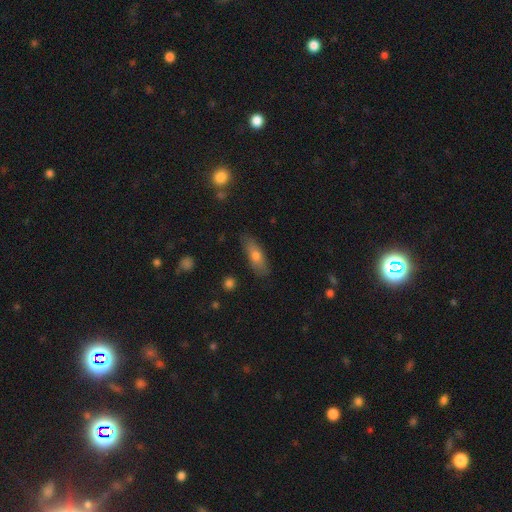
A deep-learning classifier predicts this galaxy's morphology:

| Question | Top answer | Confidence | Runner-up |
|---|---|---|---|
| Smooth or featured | smooth | 67% | featured or disk (26%) |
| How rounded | in between | 60% | cigar-shaped (36%) |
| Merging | none | 80% | minor disturbance (15%) |